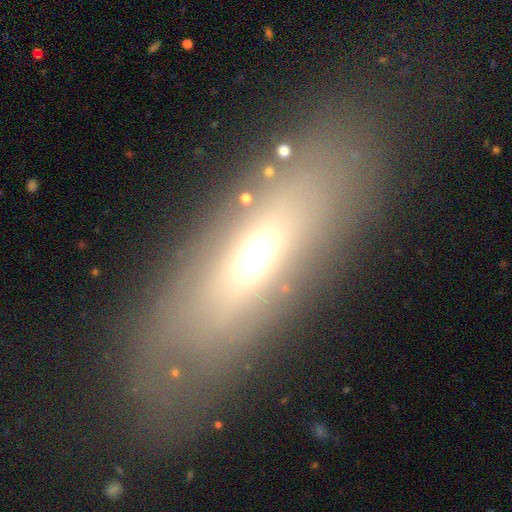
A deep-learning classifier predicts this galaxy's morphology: This is possibly a smooth galaxy (52%). How rounded: likely in between (62%). Merging: likely none (75%).